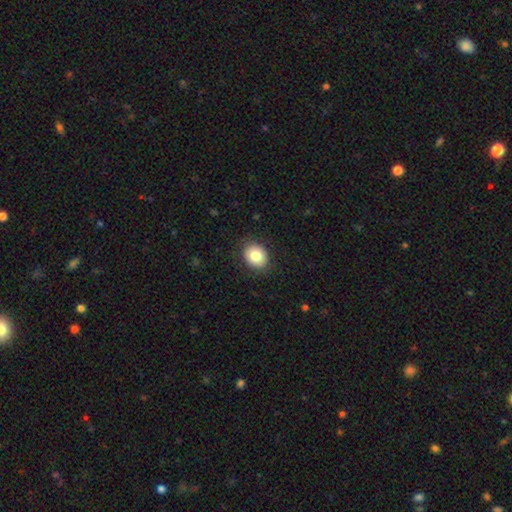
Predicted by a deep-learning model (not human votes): Smooth or featured?
  - smooth: 82% *
  - featured or disk: 10%
  - star or artifact: 9%
How rounded?
  - round: 58% *
  - in between: 41%
  - cigar-shaped: 1%
Merging?
  - none: 88% *
  - minor disturbance: 9%
  - major disturbance: 2%
  - merger: 1%